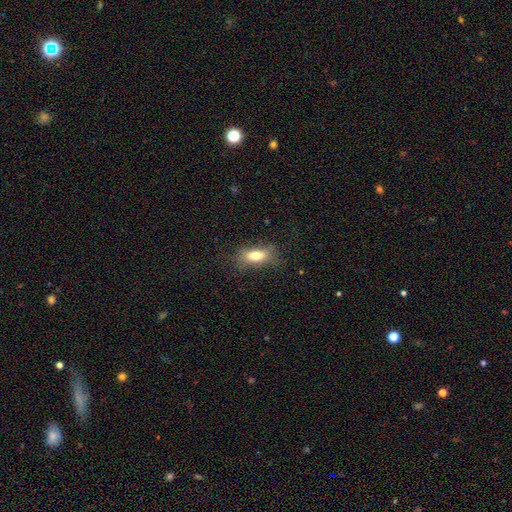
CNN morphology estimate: Overall: smooth (74%). How rounded: in between (77%). Merging: none (74%).